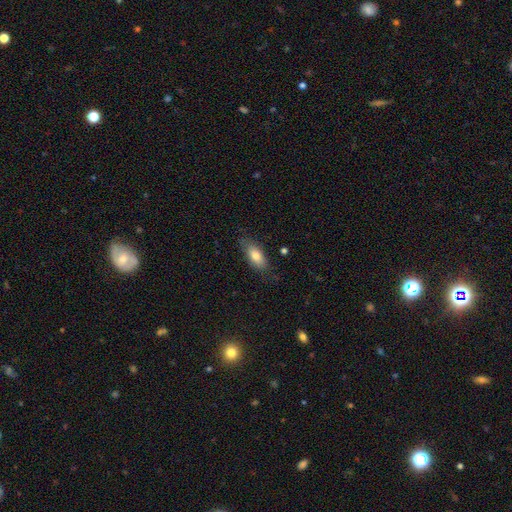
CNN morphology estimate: Smooth or featured: smooth — 79% (featured or disk — 14%)
How rounded: in between — 84% (cigar-shaped — 13%)
Merging: none — 78% (minor disturbance — 17%)